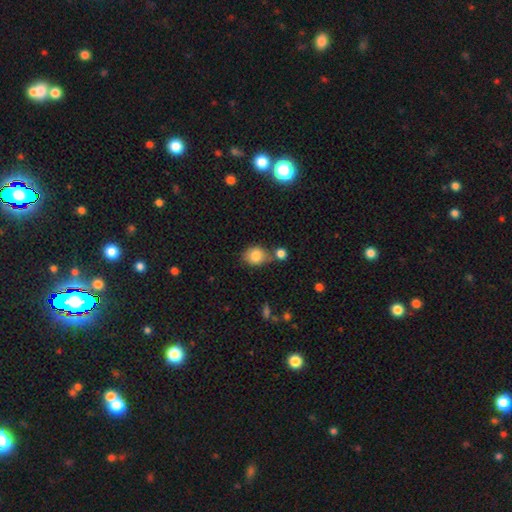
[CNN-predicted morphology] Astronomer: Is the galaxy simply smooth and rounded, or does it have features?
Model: smooth — 82%.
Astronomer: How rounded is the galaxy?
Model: round — 57% (runner-up: in between, 41%).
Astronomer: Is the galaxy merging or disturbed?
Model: none — 60%.